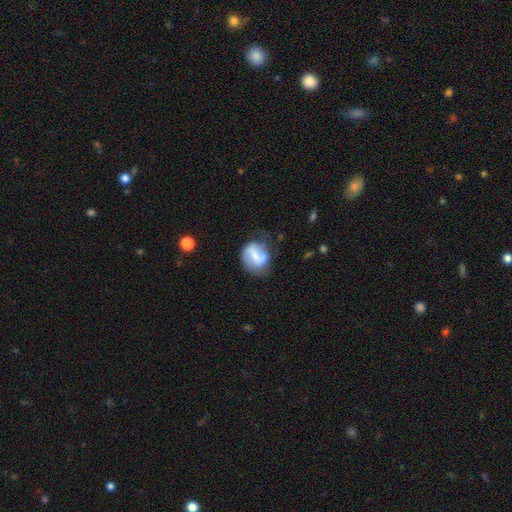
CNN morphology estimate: Smooth or featured? Predicted: featured or disk (p=0.61). Edge-on disk? Predicted: no (p=0.97). Bar? Predicted: weak (p=0.42). Spiral arms? Predicted: yes (p=0.79). Bulge size? Predicted: small (p=0.50). Merging? Predicted: none (p=0.62).